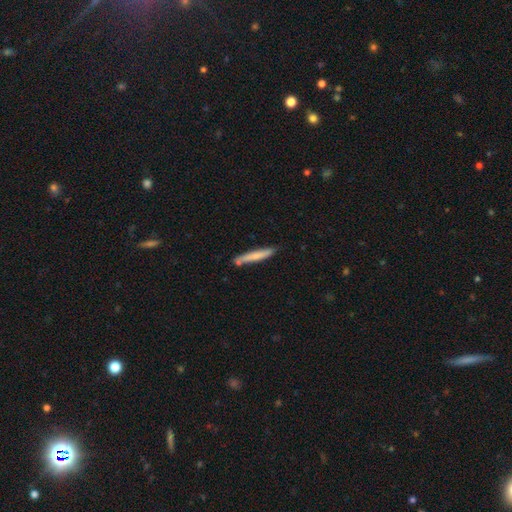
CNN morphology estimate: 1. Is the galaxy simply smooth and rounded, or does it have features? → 69% smooth, 25% featured or disk, 6% star or artifact.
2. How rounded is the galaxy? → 94% cigar-shaped, 5% in between, 1% round.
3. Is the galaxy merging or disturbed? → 75% none, 15% minor disturbance, 7% merger, 3% major disturbance.